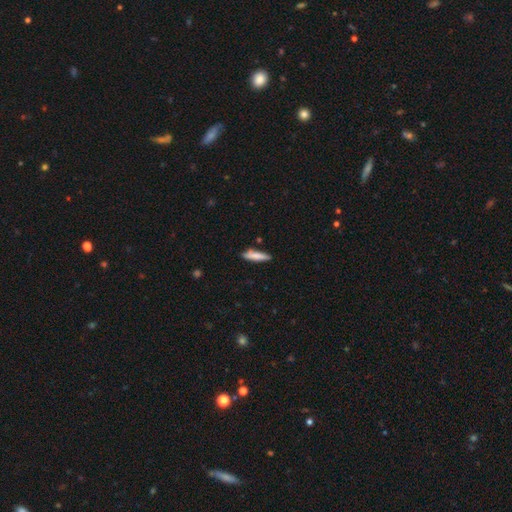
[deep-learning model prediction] smooth 80%, featured or disk 14%, star or artifact 6%. Down the decision tree: how rounded — cigar-shaped (79%); merging — none (81%).